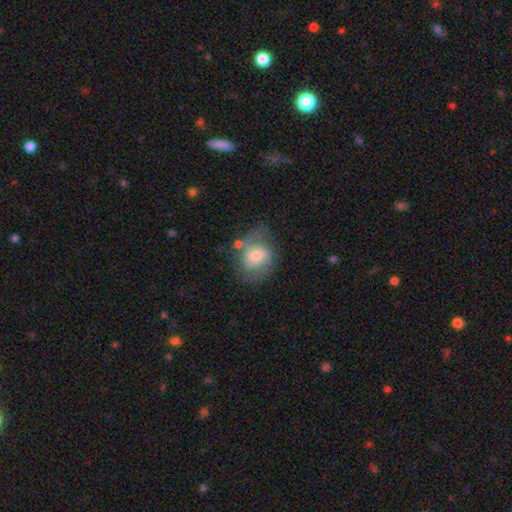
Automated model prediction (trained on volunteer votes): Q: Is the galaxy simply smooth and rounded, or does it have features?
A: featured or disk — 57%.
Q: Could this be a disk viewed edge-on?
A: no — 96%.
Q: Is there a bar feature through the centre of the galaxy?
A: no — 44%.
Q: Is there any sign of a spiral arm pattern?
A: yes — 79%.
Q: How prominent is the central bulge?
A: moderate — 51%.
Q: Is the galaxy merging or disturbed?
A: none — 59%.